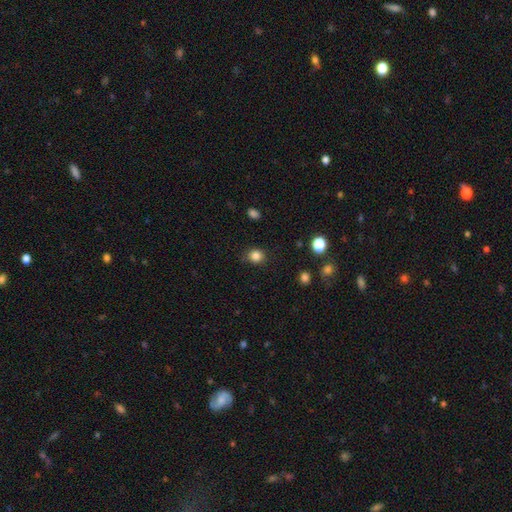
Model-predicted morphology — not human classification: The model was most divided on "how rounded": round: 79%, in between: 20%, cigar-shaped: 1%. More confident: merging — none (85%); smooth or featured — smooth (84%).